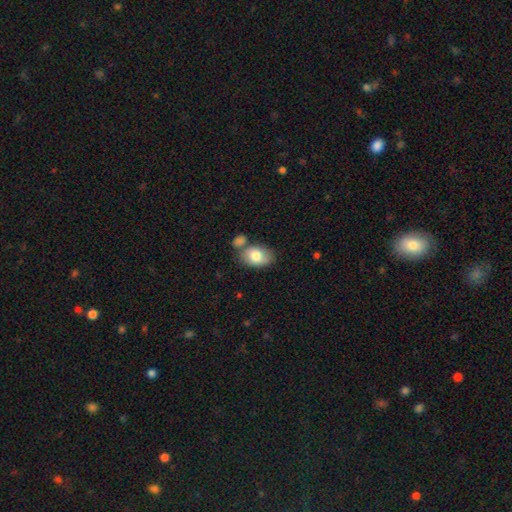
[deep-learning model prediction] Morphology: type=smooth (78%); roundness=in between (84%); merging=none (57%).